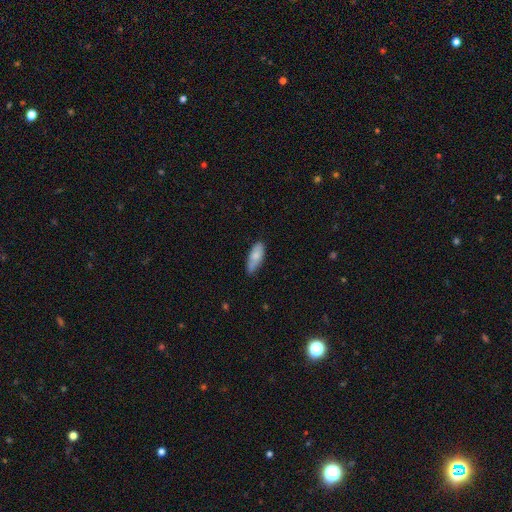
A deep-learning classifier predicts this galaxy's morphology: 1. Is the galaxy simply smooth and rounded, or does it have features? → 81% smooth, 13% featured or disk, 6% star or artifact.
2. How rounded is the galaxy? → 70% in between, 28% cigar-shaped, 2% round.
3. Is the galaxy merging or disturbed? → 73% none, 22% minor disturbance, 3% major disturbance, 1% merger.